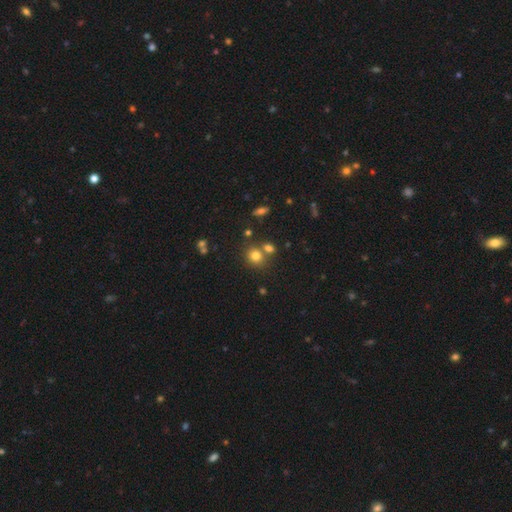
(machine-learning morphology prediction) Smooth or featured?
  - smooth: 75% *
  - star or artifact: 16%
  - featured or disk: 9%
How rounded?
  - round: 78% *
  - in between: 21%
  - cigar-shaped: 1%
Merging?
  - none: 64% *
  - merger: 23%
  - minor disturbance: 9%
  - major disturbance: 3%